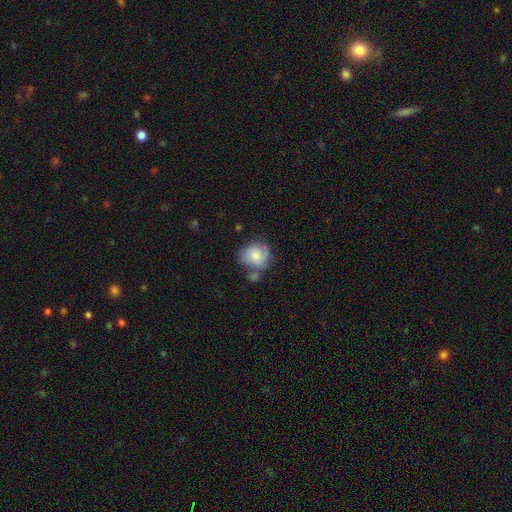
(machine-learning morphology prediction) This appears to be a smooth galaxy with no disk features (60%) that is round (71%). Merging: none (49%).